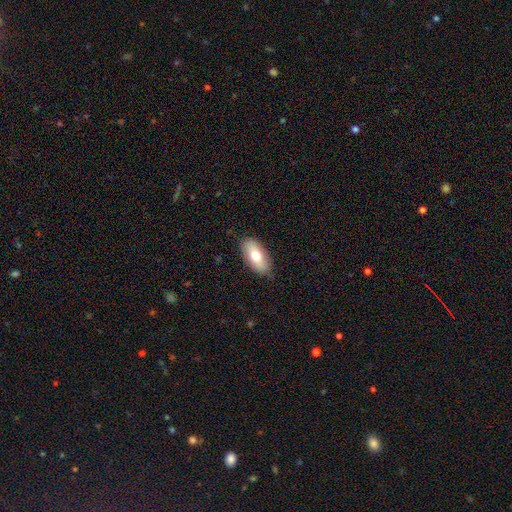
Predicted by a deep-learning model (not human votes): Q: Smooth or featured?
A: smooth (71%); runner-up: featured or disk (22%)
Q: How rounded?
A: in between (89%); runner-up: cigar-shaped (8%)
Q: Merging?
A: none (84%); runner-up: minor disturbance (12%)